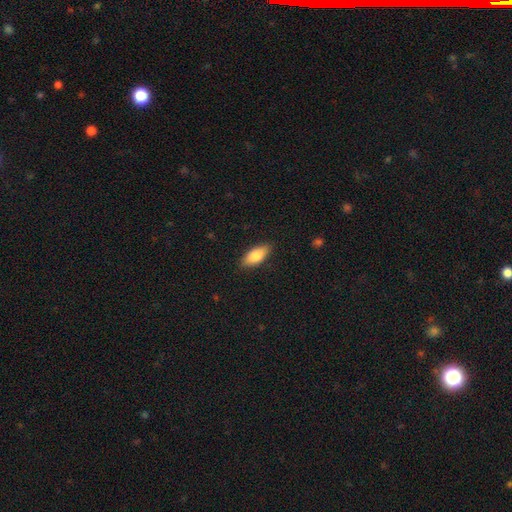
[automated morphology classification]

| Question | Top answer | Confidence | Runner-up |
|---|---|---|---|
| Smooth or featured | smooth | 81% | featured or disk (13%) |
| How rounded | in between | 84% | cigar-shaped (14%) |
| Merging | none | 87% | minor disturbance (10%) |